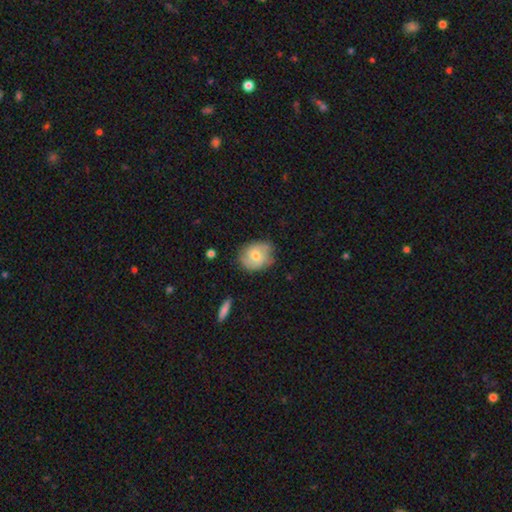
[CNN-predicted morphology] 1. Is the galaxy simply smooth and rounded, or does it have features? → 57% smooth, 36% featured or disk, 7% star or artifact.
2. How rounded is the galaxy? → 58% round, 41% in between, 1% cigar-shaped.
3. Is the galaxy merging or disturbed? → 72% none, 22% minor disturbance, 5% major disturbance, 2% merger.